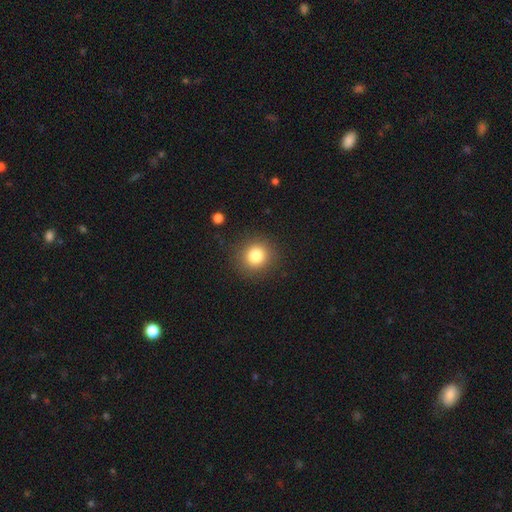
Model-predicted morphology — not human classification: Smooth or featured?
  - smooth: 81% *
  - star or artifact: 12%
  - featured or disk: 7%
How rounded?
  - round: 91% *
  - in between: 8%
  - cigar-shaped: 1%
Merging?
  - none: 88% *
  - minor disturbance: 7%
  - major disturbance: 3%
  - merger: 1%